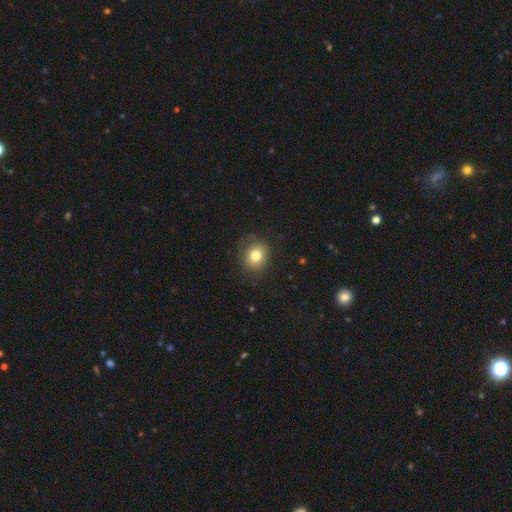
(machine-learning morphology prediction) This is likely a smooth galaxy (78%). How rounded: likely round (75%). Merging: clearly none (80%).